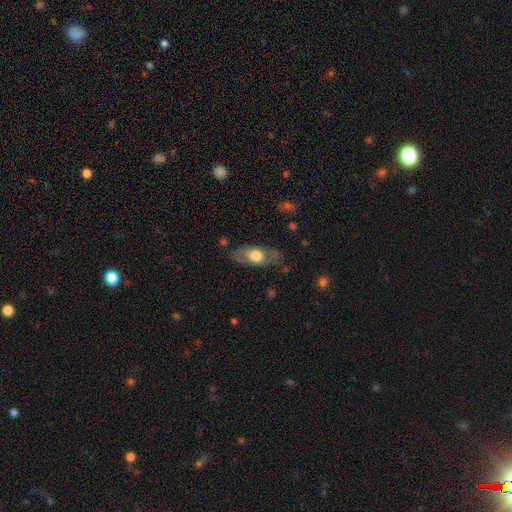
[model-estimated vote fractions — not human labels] smooth-or-featured: smooth: 54% | featured or disk: 39% | star or artifact: 6%
  how-rounded: in between: 80% | cigar-shaped: 11% | round: 9%
  merging: none: 72% | minor disturbance: 19% | major disturbance: 8% | merger: 2%